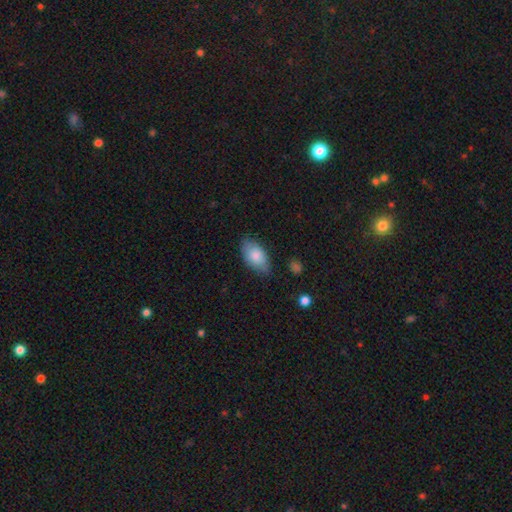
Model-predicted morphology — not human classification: type=smooth (82%); roundness=in between (93%); merging=none (73%).